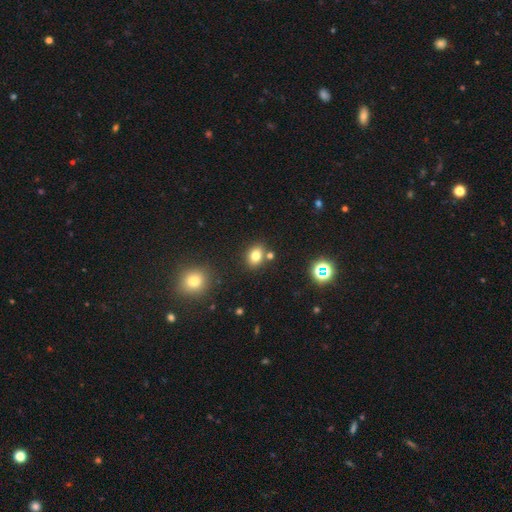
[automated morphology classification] A smooth galaxy with no disk features (77%) that is in between round and cigar-shaped (62%). Merging: none (75%).